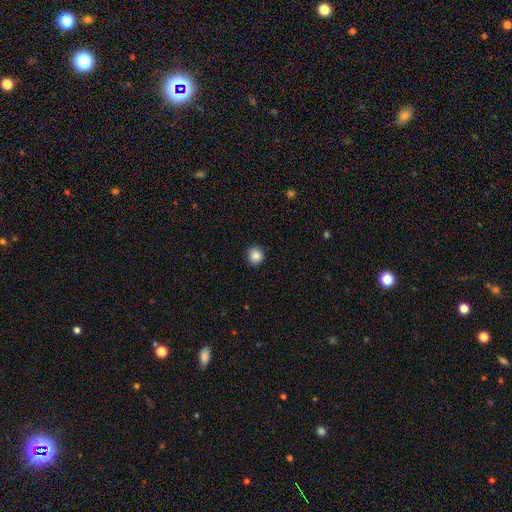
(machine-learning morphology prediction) A smooth galaxy with no disk features (86%) that is round (91%). Merging: none (91%).